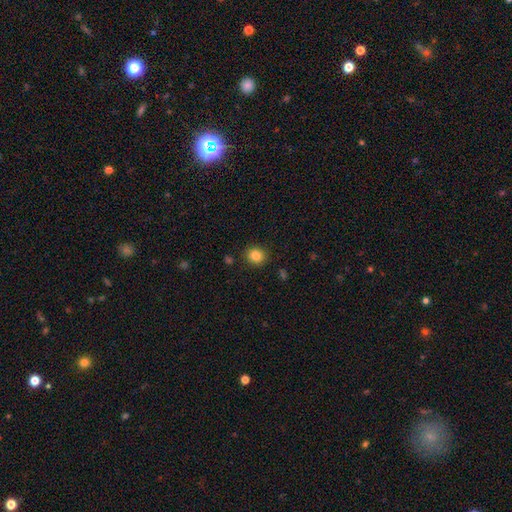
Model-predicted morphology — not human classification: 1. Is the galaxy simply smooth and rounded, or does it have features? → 83% smooth, 11% star or artifact, 6% featured or disk.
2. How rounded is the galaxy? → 82% round, 17% in between, 1% cigar-shaped.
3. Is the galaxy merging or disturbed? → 90% none, 7% minor disturbance, 2% major disturbance, 1% merger.